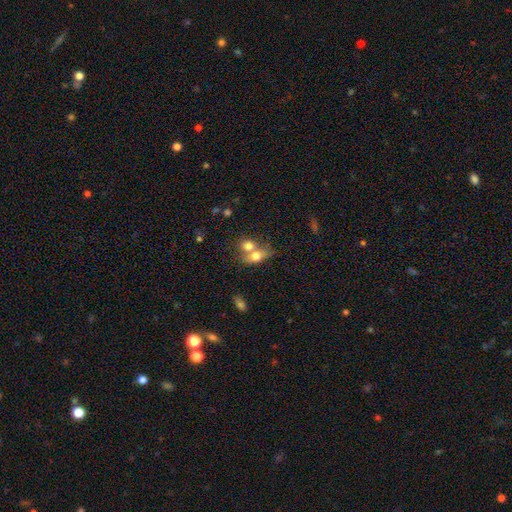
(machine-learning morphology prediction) Smooth or featured: smooth — 72% (featured or disk — 20%)
How rounded: in between — 62% (round — 33%)
Merging: merger — 66% (none — 22%)